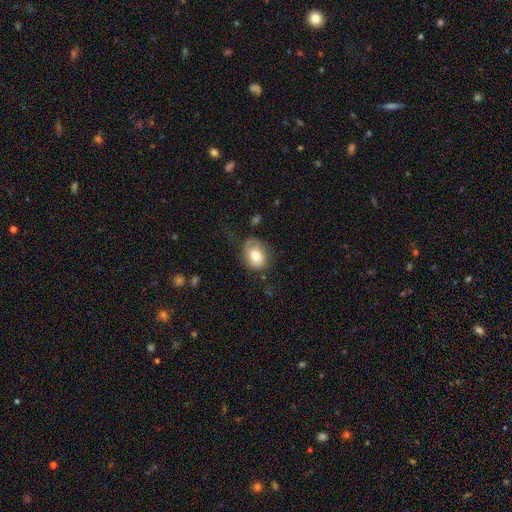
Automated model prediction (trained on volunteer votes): This is likely a smooth galaxy (72%). How rounded: likely in between (66%). Merging: possibly none (54%).